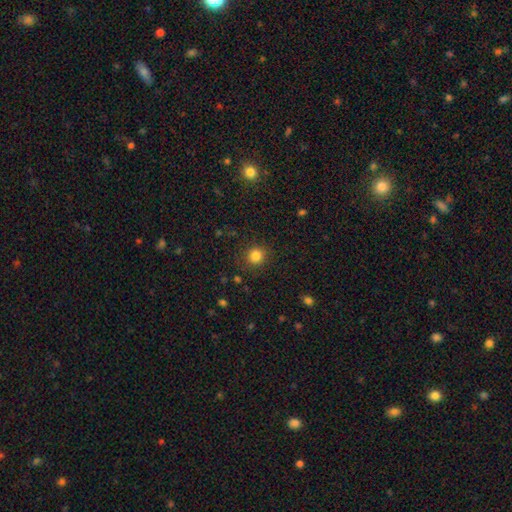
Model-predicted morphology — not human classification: A smooth galaxy with no disk features (83%) that is round (90%).

Vote fractions:
- Smooth or featured? smooth: 83% / star or artifact: 12% / featured or disk: 5%
- How rounded? round: 90% / in between: 9% / cigar-shaped: 1%
- Merging? none: 87% / minor disturbance: 8% / major disturbance: 4% / merger: 1%